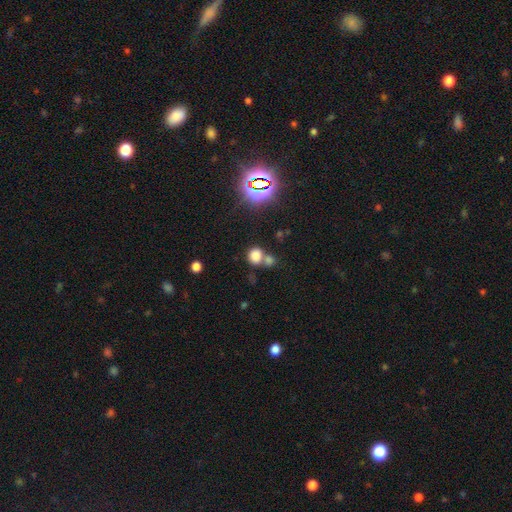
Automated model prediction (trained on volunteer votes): The model was most divided on "merging": none: 46%, merger: 41%, minor disturbance: 9%, major disturbance: 5%. More confident: smooth or featured — smooth (74%); how rounded — round (71%).